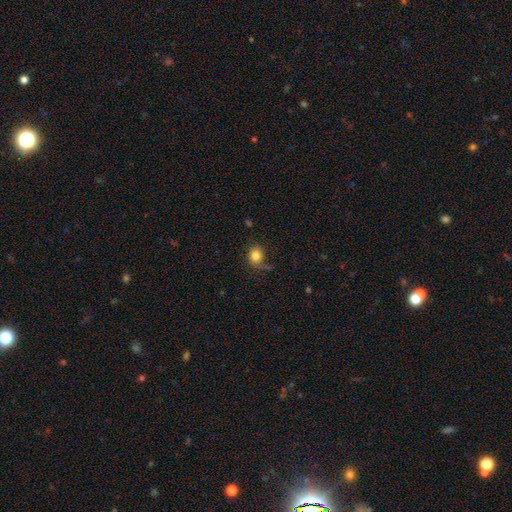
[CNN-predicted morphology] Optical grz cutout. It shows a smooth galaxy with no disk features (82%) that is round (69%). Merging: none (68%).